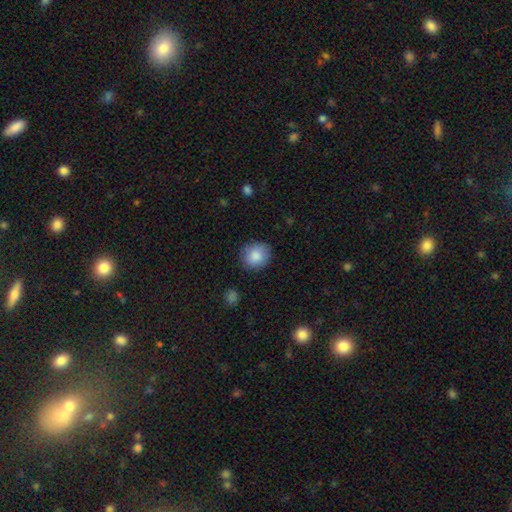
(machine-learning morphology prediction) Overall: smooth (86%). How rounded: round (78%). Merging: none (85%).